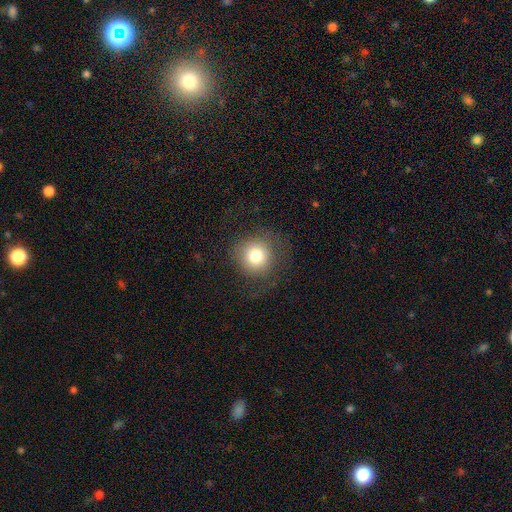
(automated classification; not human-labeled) A smooth galaxy with no disk features (76%) that is round (92%). Merging: none (77%).